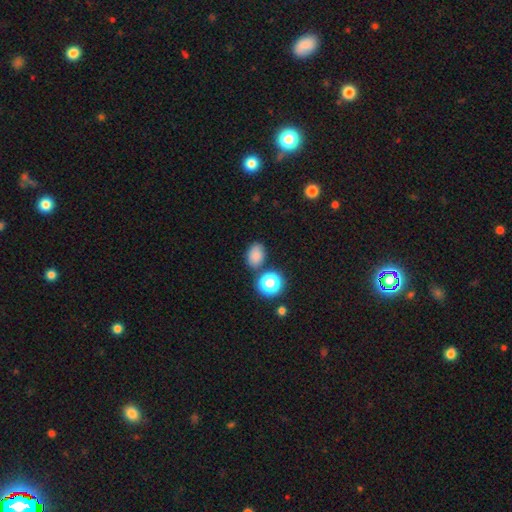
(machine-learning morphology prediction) Smooth or featured? smooth (83%)
How rounded? in between (67%)
Merging? none (73%)